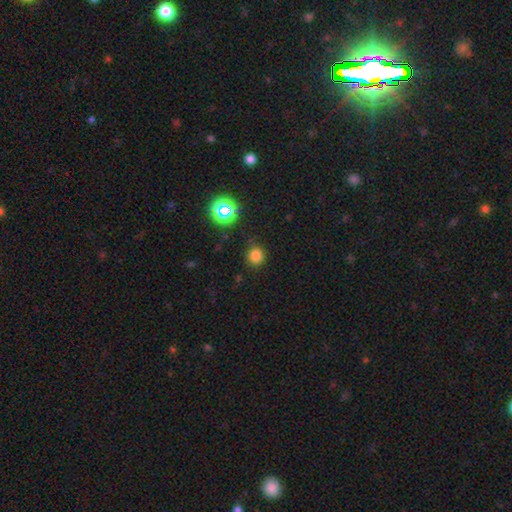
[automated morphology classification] Q: Smooth or featured?
A: smooth (77%); runner-up: star or artifact (18%)
Q: How rounded?
A: round (88%); runner-up: in between (11%)
Q: Merging?
A: none (86%); runner-up: minor disturbance (9%)